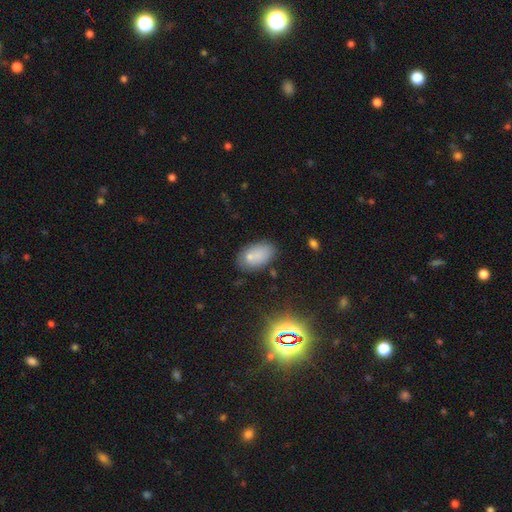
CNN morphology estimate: The model was most divided on "merging": none: 68%, minor disturbance: 16%, merger: 11%, major disturbance: 5%. More confident: how rounded — in between (93%); smooth or featured — smooth (75%).